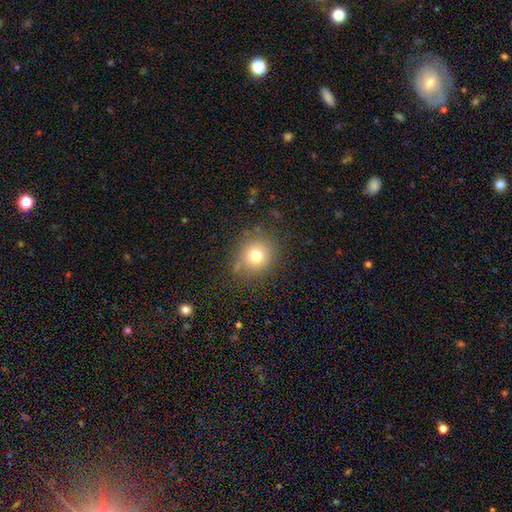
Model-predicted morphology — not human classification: smooth_or_featured: smooth (p=0.74) [alt: star or artifact p=0.14]
how_rounded: round (p=0.85) [alt: in between p=0.15]
merging: none (p=0.81) [alt: minor disturbance p=0.12]